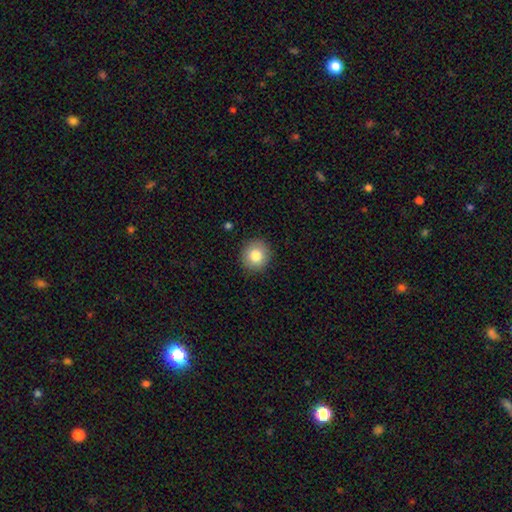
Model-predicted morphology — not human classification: Smooth or featured: smooth — 81% (featured or disk — 10%)
How rounded: round — 92% (in between — 7%)
Merging: none — 91% (minor disturbance — 6%)